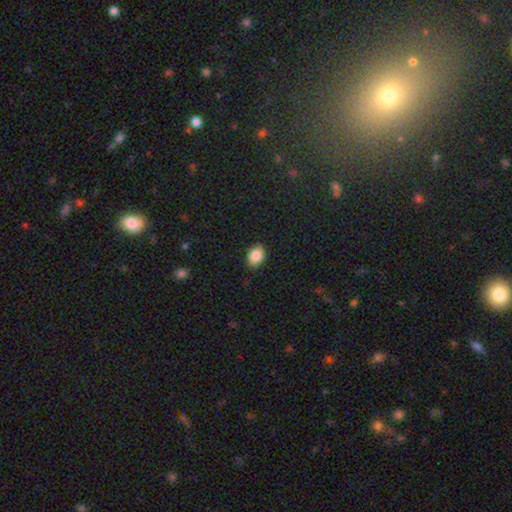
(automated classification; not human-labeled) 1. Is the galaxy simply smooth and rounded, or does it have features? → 87% smooth, 8% star or artifact, 4% featured or disk.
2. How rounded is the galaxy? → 66% in between, 33% round, 1% cigar-shaped.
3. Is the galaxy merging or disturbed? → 84% none, 12% minor disturbance, 2% major disturbance, 1% merger.